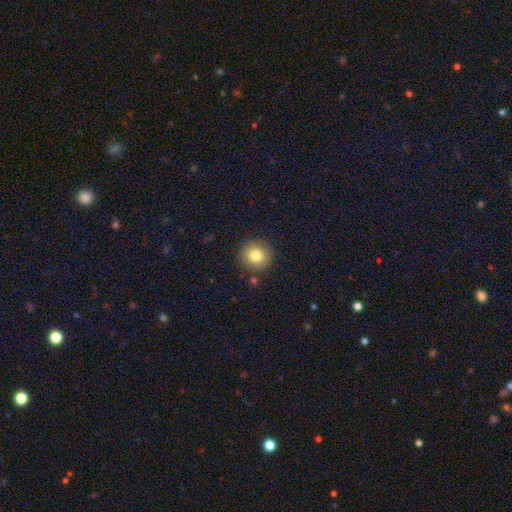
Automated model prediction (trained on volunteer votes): Overall: smooth (80%). How rounded: round (93%). Merging: none (87%).